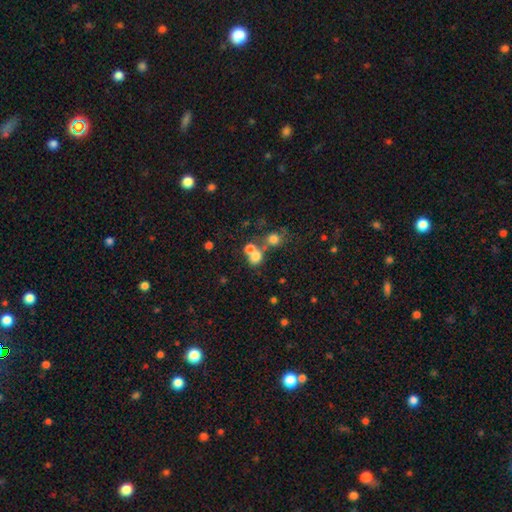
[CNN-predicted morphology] Smooth or featured? Predicted: smooth (p=0.69). How rounded? Predicted: round (p=0.70). Merging? Predicted: merger (p=0.46).